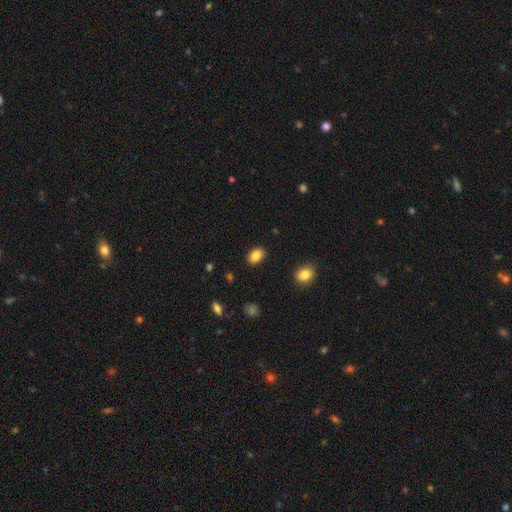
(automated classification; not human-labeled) smooth-or-featured: smooth: 86% | star or artifact: 8% | featured or disk: 5%
  how-rounded: in between: 83% | round: 16% | cigar-shaped: 1%
  merging: none: 88% | minor disturbance: 9% | major disturbance: 2% | merger: 1%